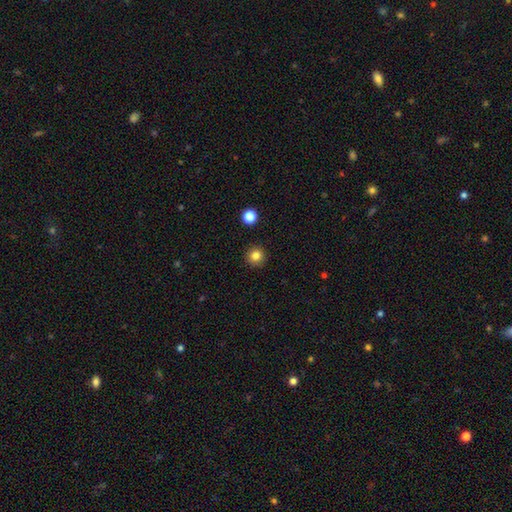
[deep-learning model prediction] The model was most divided on "smooth or featured": smooth: 83%, star or artifact: 12%, featured or disk: 5%. More confident: how rounded — round (95%); merging — none (93%).